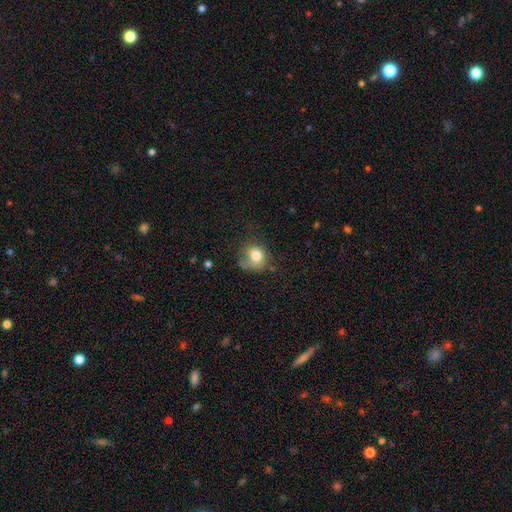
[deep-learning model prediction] This appears to be a smooth galaxy with no disk features (78%) that is round (74%). Merging: none (53%).